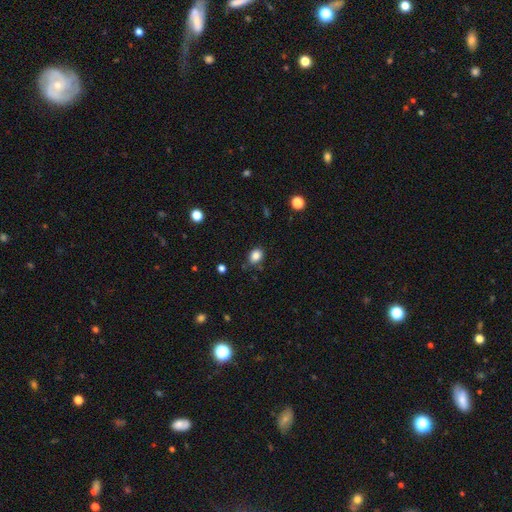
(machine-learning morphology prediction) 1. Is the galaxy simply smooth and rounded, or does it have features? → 85% smooth, 10% star or artifact, 5% featured or disk.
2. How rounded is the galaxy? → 61% in between, 38% round, 1% cigar-shaped.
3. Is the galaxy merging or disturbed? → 78% none, 16% minor disturbance, 3% major disturbance, 2% merger.